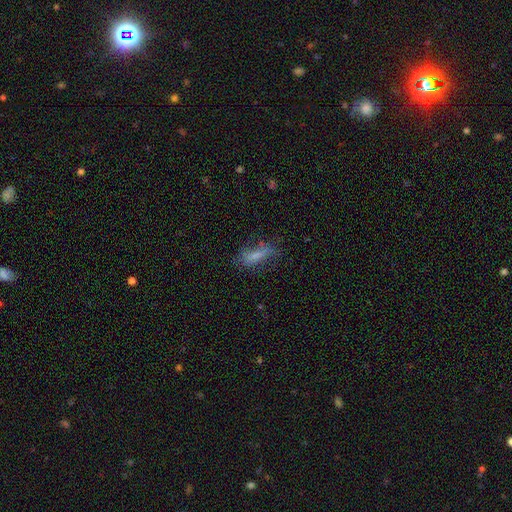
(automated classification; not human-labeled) A smooth galaxy with no disk features (59%) that is cigar-shaped (52%). Merging: none (53%).